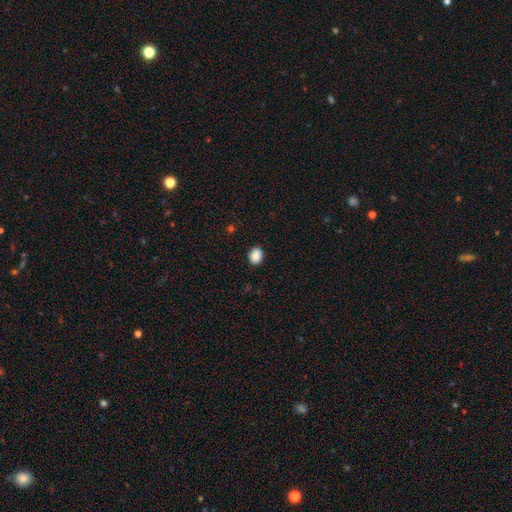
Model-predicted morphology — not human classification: This appears to be a smooth galaxy with no disk features (89%) that is in between round and cigar-shaped (60%). Merging: none (87%).